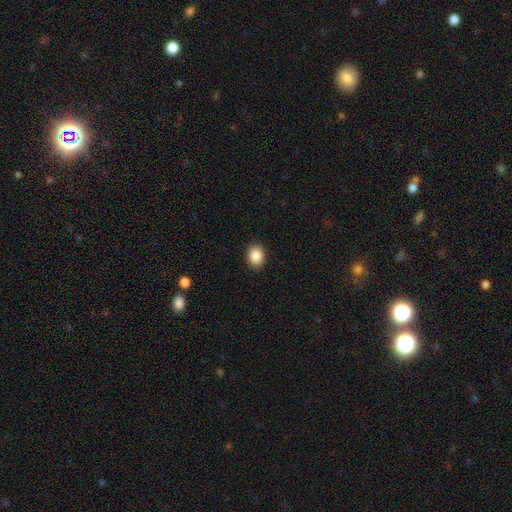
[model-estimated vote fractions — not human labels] Smooth or featured: smooth — 88% (star or artifact — 8%)
How rounded: in between — 56% (round — 43%)
Merging: none — 91% (minor disturbance — 7%)